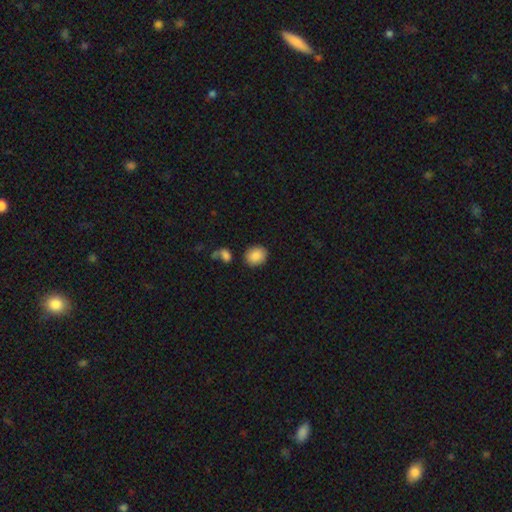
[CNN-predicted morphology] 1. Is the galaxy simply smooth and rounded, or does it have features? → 87% smooth, 8% star or artifact, 5% featured or disk.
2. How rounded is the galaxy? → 64% round, 35% in between, 1% cigar-shaped.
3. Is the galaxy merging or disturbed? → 83% none, 9% minor disturbance, 4% merger, 3% major disturbance.